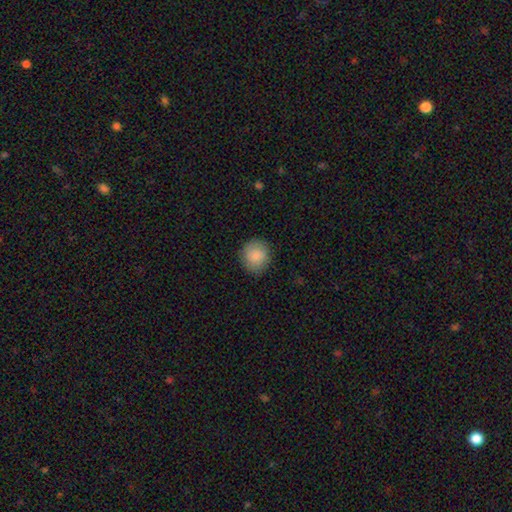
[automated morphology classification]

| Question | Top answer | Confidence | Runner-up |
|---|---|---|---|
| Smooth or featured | smooth | 86% | star or artifact (7%) |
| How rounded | round | 86% | in between (13%) |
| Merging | none | 85% | minor disturbance (11%) |